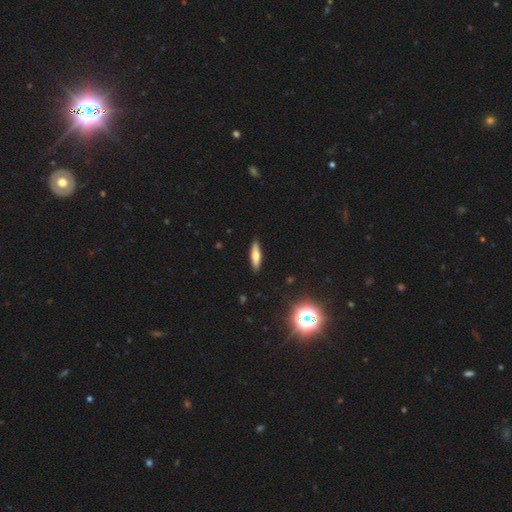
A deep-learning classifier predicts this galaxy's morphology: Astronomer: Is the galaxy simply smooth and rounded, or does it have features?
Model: smooth — 65%.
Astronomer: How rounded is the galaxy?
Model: cigar-shaped — 69%.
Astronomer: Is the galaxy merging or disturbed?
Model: none — 89%.